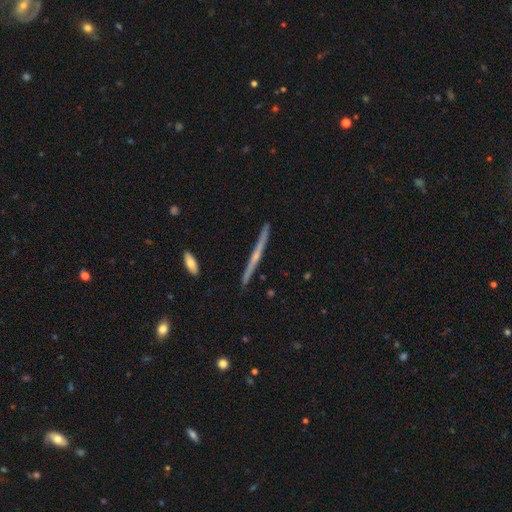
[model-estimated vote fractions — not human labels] Smooth or featured? featured or disk (71%)
Edge-on disk? yes (98%)
Edge-on bulge? rounded (50%)
Merging? none (90%)